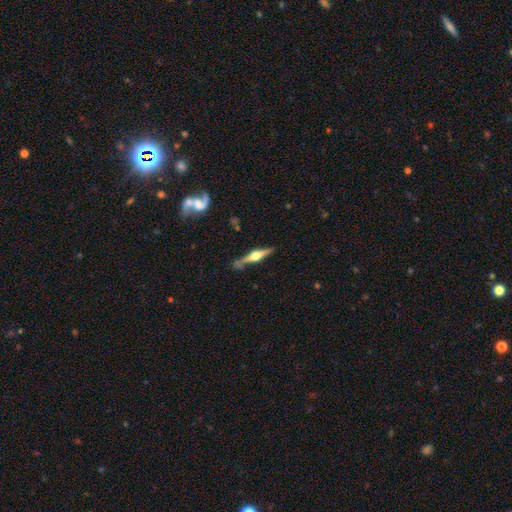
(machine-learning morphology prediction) Overall: featured or disk (74%). Edge-on disk: yes (97%). Edge-on bulge: rounded (93%). Merging: none (76%).